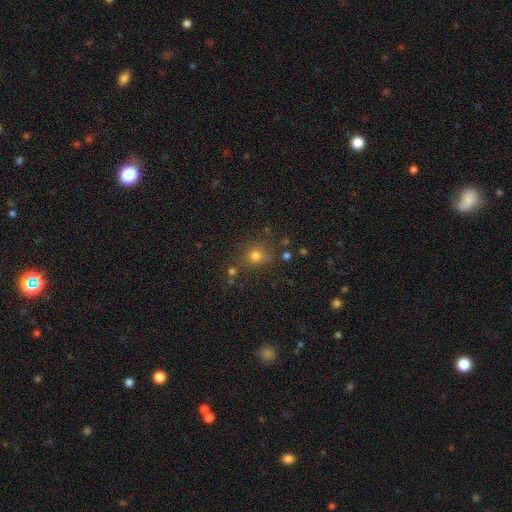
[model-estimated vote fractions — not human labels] smooth_or_featured: smooth (p=0.73) [alt: star or artifact p=0.18]
how_rounded: round (p=0.79) [alt: in between p=0.20]
merging: none (p=0.68) [alt: minor disturbance p=0.15]